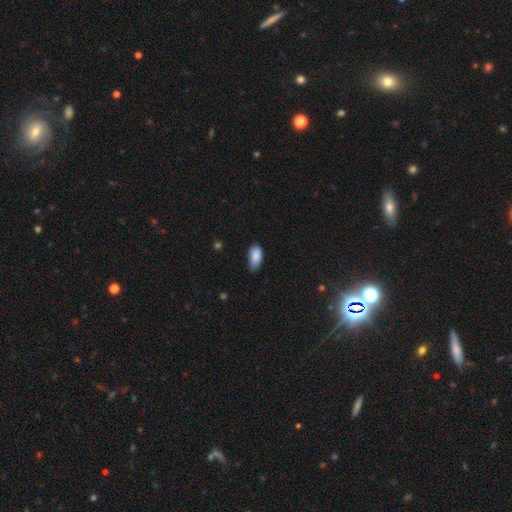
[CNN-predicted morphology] Smooth or featured? Predicted: smooth (p=0.87). How rounded? Predicted: in between (p=0.93). Merging? Predicted: none (p=0.59).